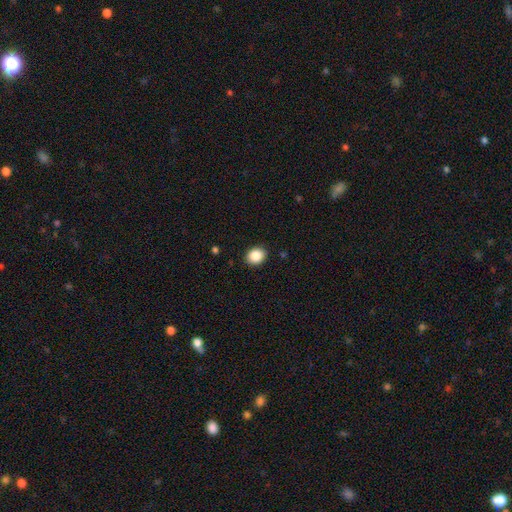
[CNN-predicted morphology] A smooth galaxy with no disk features (87%) that is round (52%). Merging: none (90%).